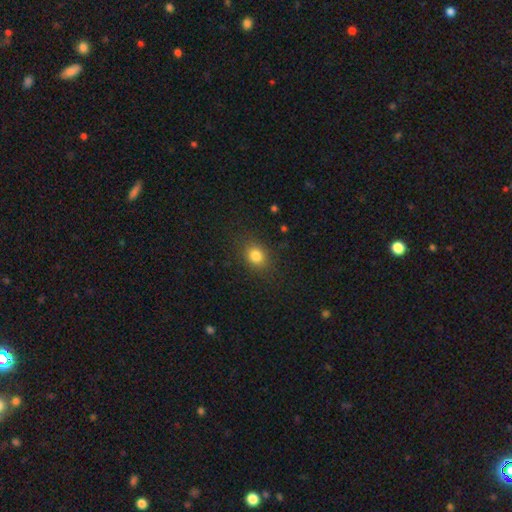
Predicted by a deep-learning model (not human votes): Q: Smooth or featured?
A: smooth (82%); runner-up: star or artifact (12%)
Q: How rounded?
A: round (53%); runner-up: in between (46%)
Q: Merging?
A: none (83%); runner-up: minor disturbance (11%)